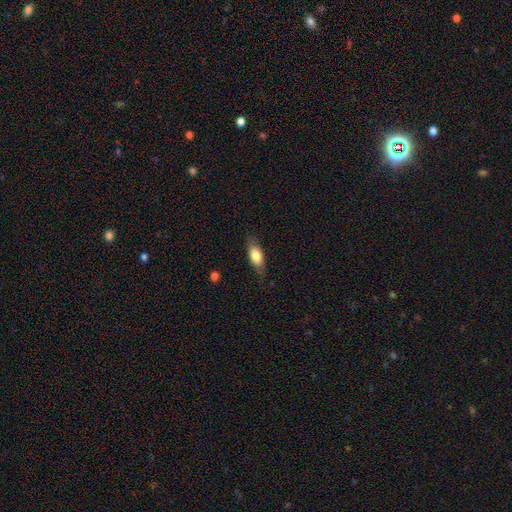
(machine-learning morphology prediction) Q: Smooth or featured?
A: smooth (75%); runner-up: featured or disk (19%)
Q: How rounded?
A: in between (79%); runner-up: cigar-shaped (17%)
Q: Merging?
A: none (75%); runner-up: minor disturbance (18%)